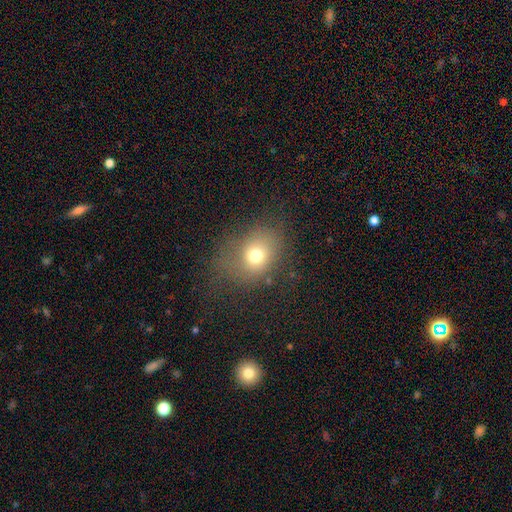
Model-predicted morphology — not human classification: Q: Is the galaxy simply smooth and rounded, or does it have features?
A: smooth — 70%.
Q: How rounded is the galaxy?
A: round — 51%.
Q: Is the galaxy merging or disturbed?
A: none — 56%.